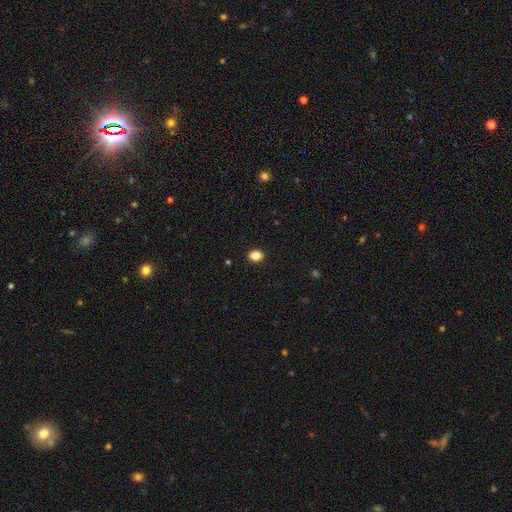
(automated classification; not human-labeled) A smooth galaxy with no disk features (86%) that is in between round and cigar-shaped (60%).

Vote fractions:
- Smooth or featured? smooth: 86% / star or artifact: 10% / featured or disk: 4%
- How rounded? in between: 60% / round: 39% / cigar-shaped: 1%
- Merging? none: 91% / minor disturbance: 6% / major disturbance: 2% / merger: 1%